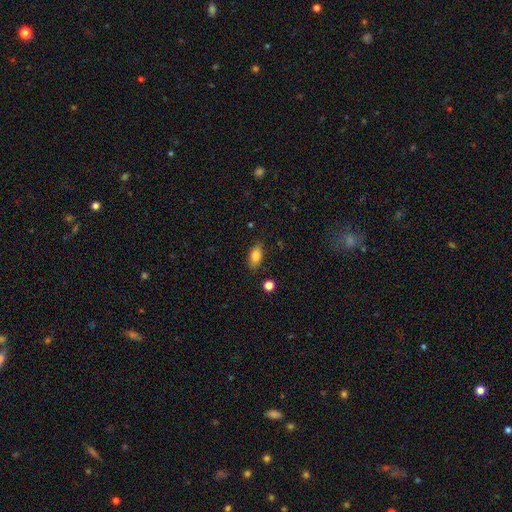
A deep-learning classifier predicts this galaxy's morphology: A smooth galaxy with no disk features (82%) that is in between round and cigar-shaped (87%). Merging: none (83%).